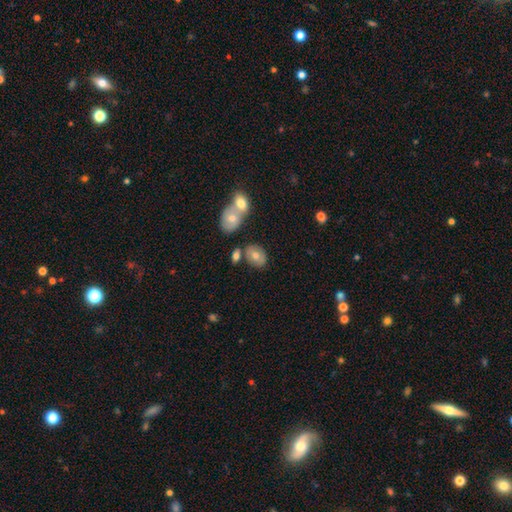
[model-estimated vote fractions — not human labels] Q: Smooth or featured?
A: smooth (67%); runner-up: featured or disk (23%)
Q: How rounded?
A: in between (68%); runner-up: round (31%)
Q: Merging?
A: none (59%); runner-up: merger (24%)